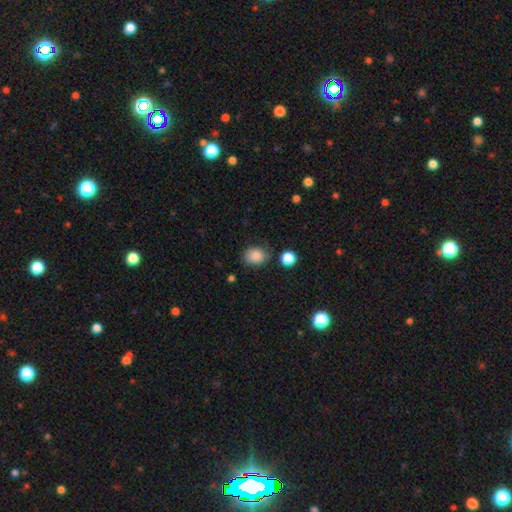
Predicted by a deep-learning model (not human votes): Smooth or featured? Predicted: smooth (p=0.84). How rounded? Predicted: round (p=0.50). Merging? Predicted: none (p=0.75).